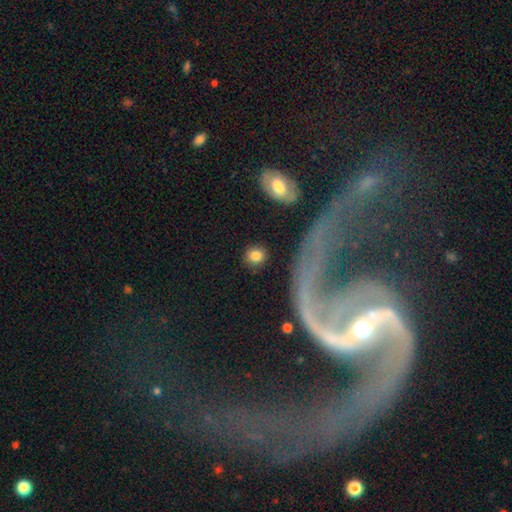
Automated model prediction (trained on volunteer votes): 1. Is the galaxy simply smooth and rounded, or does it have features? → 83% smooth, 9% featured or disk, 8% star or artifact.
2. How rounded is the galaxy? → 85% round, 13% in between, 2% cigar-shaped.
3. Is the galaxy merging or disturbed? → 87% none, 8% minor disturbance, 3% major disturbance, 2% merger.